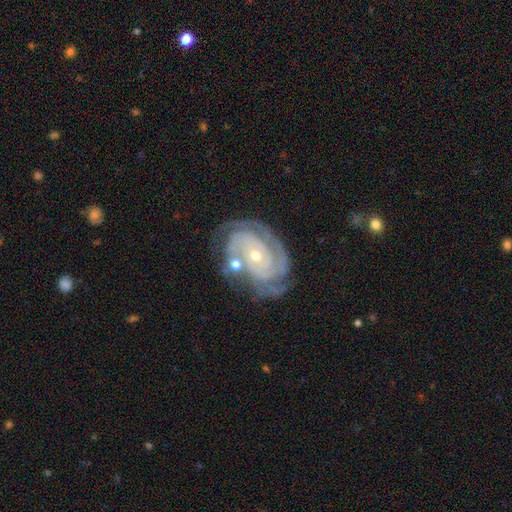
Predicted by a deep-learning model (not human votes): This appears to be a featured or disk galaxy (90%) with no bar (73%), 2 (30%) tight (81%) spiral arms (98%) and a small central bulge (59%). Merging: none (68%).